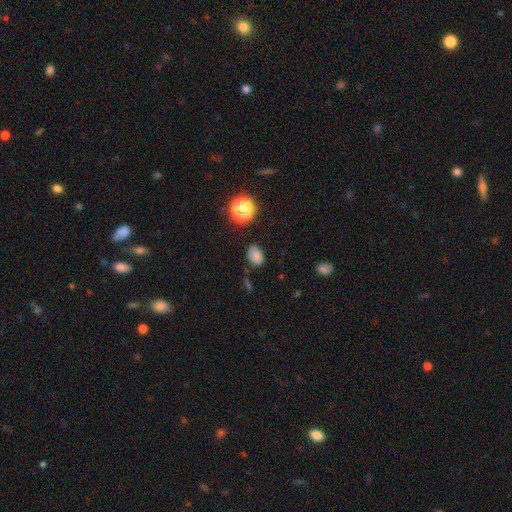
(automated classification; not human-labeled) Morphology: type=smooth (80%); roundness=in between (79%); merging=none (77%).